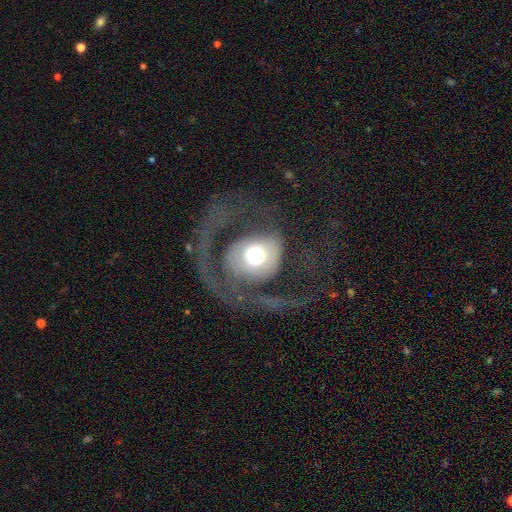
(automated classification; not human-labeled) Smooth or featured? featured or disk (58%)
Edge-on disk? no (96%)
Bar? no (82%)
Spiral arms? yes (66%)
Bulge size? moderate (54%)
Merging? major disturbance (55%)